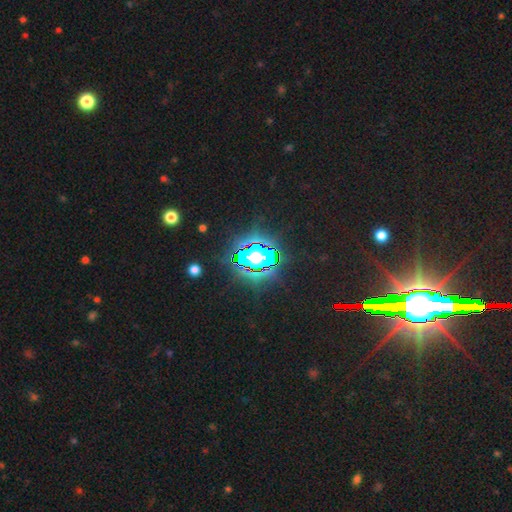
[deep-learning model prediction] star or artifact 70%, smooth 18%, featured or disk 12%.